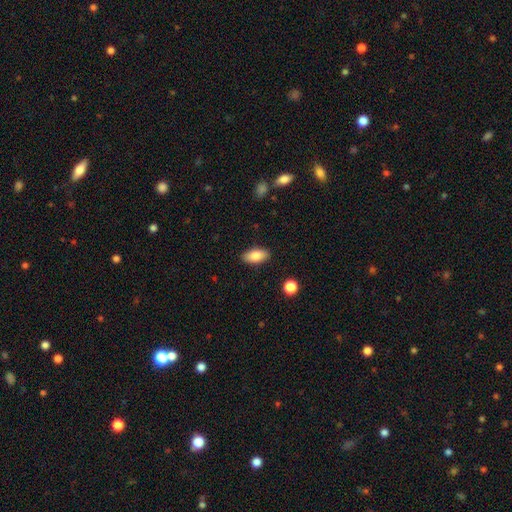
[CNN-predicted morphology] Q: Smooth or featured?
A: smooth (83%); runner-up: featured or disk (10%)
Q: How rounded?
A: in between (90%); runner-up: cigar-shaped (6%)
Q: Merging?
A: none (88%); runner-up: minor disturbance (9%)